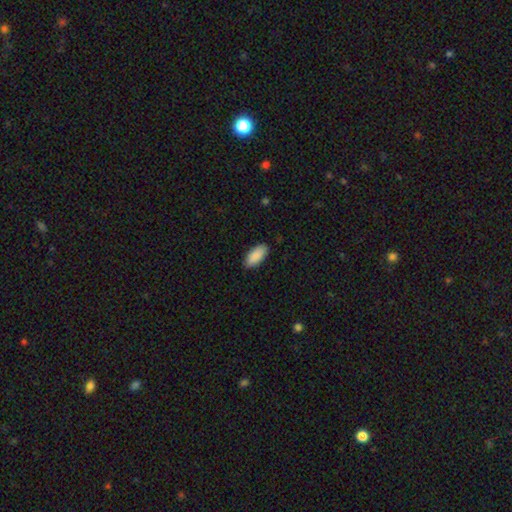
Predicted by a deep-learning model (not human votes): Smooth or featured?
  - smooth: 91% *
  - star or artifact: 6%
  - featured or disk: 4%
How rounded?
  - in between: 91% *
  - cigar-shaped: 7%
  - round: 2%
Merging?
  - none: 86% *
  - minor disturbance: 11%
  - major disturbance: 2%
  - merger: 1%